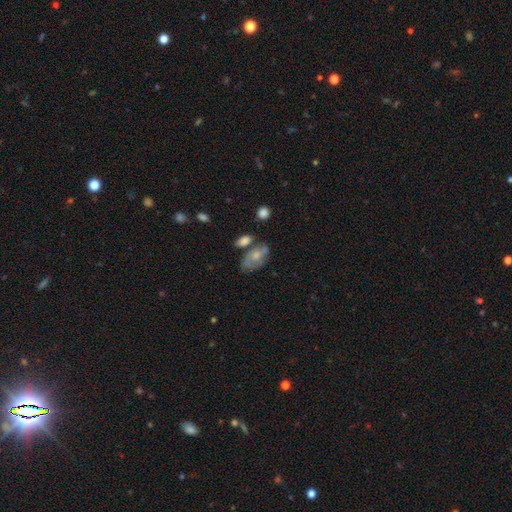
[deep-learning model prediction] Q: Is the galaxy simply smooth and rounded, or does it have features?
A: smooth — 58%.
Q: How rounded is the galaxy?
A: in between — 89%.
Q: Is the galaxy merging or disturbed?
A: none — 45%.